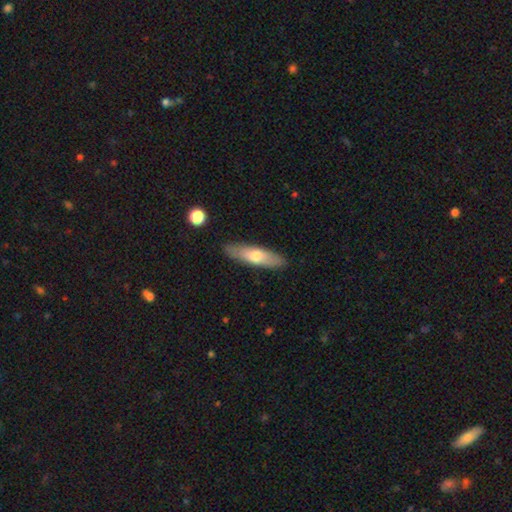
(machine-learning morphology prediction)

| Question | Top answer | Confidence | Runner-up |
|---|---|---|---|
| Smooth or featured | smooth | 60% | featured or disk (34%) |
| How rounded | cigar-shaped | 63% | in between (35%) |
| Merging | none | 87% | minor disturbance (10%) |